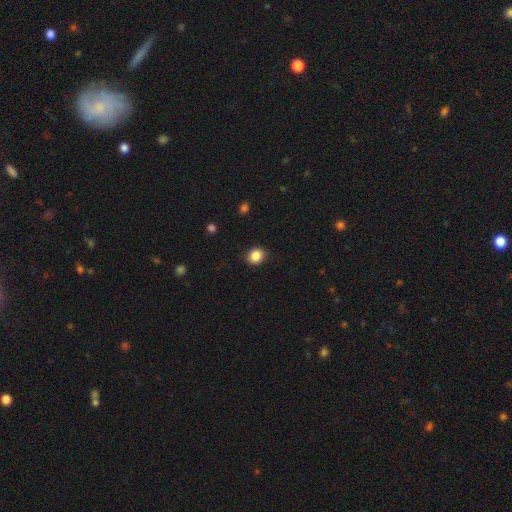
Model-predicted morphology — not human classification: Smooth or featured? smooth (86%)
How rounded? round (71%)
Merging? none (88%)